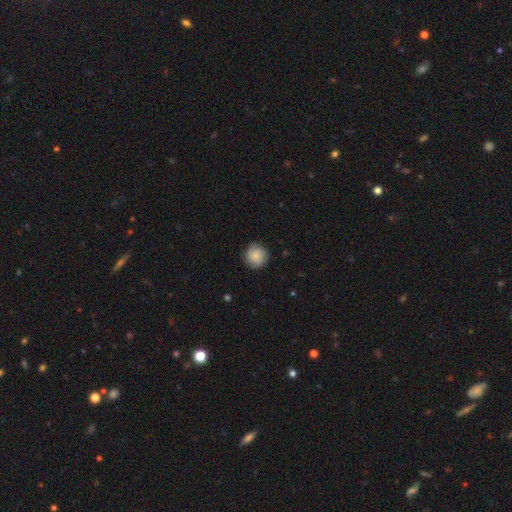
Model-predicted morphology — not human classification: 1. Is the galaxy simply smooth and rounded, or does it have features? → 74% smooth, 19% featured or disk, 7% star or artifact.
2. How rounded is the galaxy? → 93% round, 6% in between, 1% cigar-shaped.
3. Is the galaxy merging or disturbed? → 84% none, 12% minor disturbance, 3% major disturbance, 1% merger.